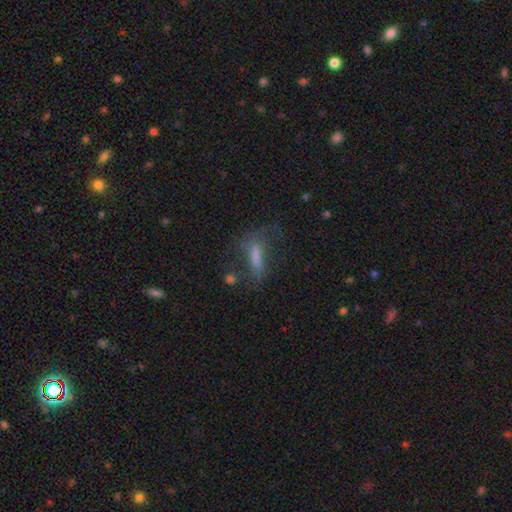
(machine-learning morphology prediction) smooth 50%, featured or disk 33%, star or artifact 17%. Down the decision tree: merging — none (48%).